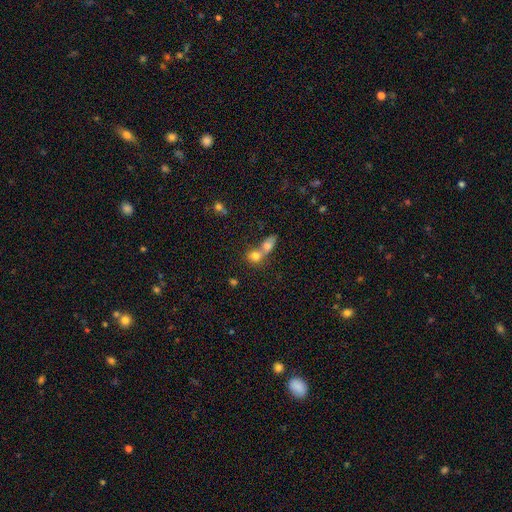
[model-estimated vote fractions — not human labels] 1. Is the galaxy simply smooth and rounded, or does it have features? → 73% smooth, 16% featured or disk, 11% star or artifact.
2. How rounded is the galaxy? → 53% round, 43% in between, 4% cigar-shaped.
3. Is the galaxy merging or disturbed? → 71% merger, 20% none, 5% minor disturbance, 4% major disturbance.